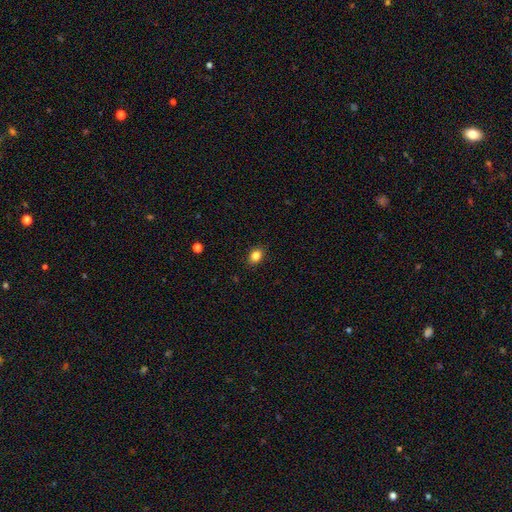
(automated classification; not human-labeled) smooth 85%, star or artifact 10%, featured or disk 5%. Down the decision tree: how rounded — in between (68%); merging — none (88%).